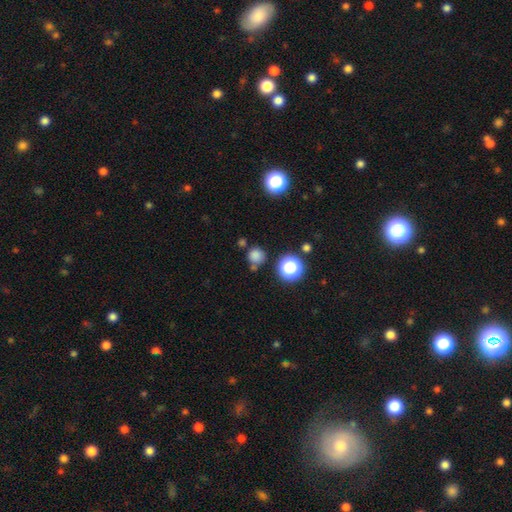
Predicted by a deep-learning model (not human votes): Overall: smooth (77%). How rounded: round (92%). Merging: none (72%).